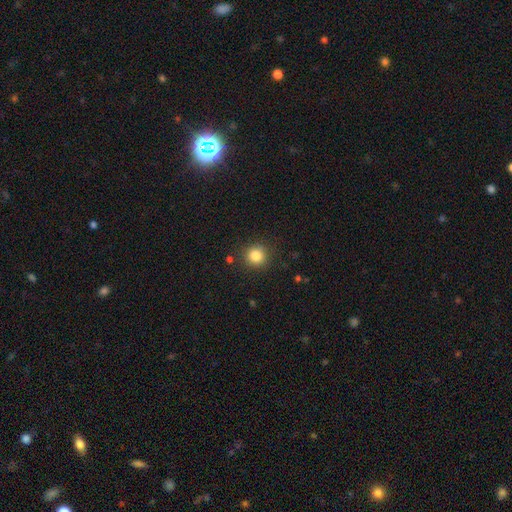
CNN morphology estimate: smooth_or_featured: smooth (p=0.83) [alt: star or artifact p=0.12]
how_rounded: round (p=0.92) [alt: in between p=0.07]
merging: none (p=0.87) [alt: minor disturbance p=0.08]